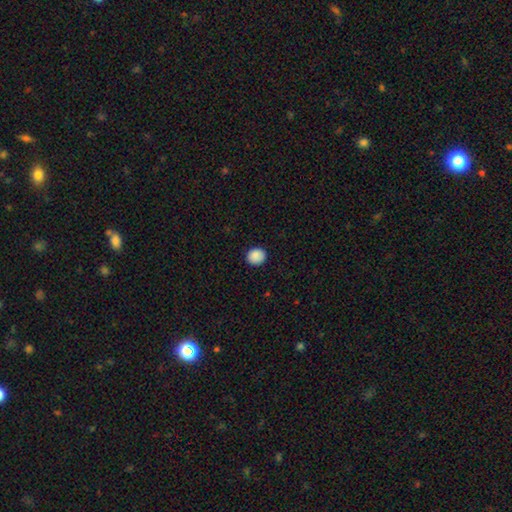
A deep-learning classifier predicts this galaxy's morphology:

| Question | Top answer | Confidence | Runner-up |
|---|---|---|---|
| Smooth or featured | smooth | 89% | star or artifact (8%) |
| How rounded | round | 80% | in between (20%) |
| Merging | none | 91% | minor disturbance (7%) |